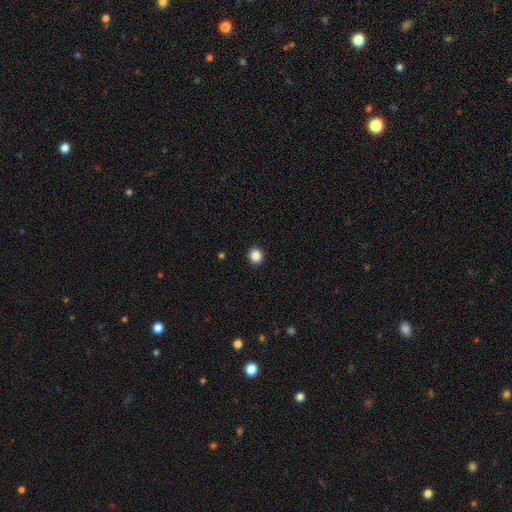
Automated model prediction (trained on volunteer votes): Smooth or featured? smooth (86%)
How rounded? round (86%)
Merging? none (93%)